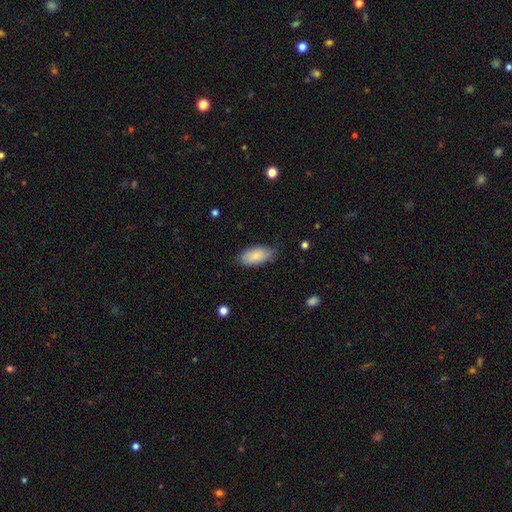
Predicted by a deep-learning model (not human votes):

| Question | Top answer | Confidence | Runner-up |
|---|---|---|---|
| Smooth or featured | smooth | 82% | featured or disk (12%) |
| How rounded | in between | 93% | cigar-shaped (5%) |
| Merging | none | 71% | minor disturbance (24%) |